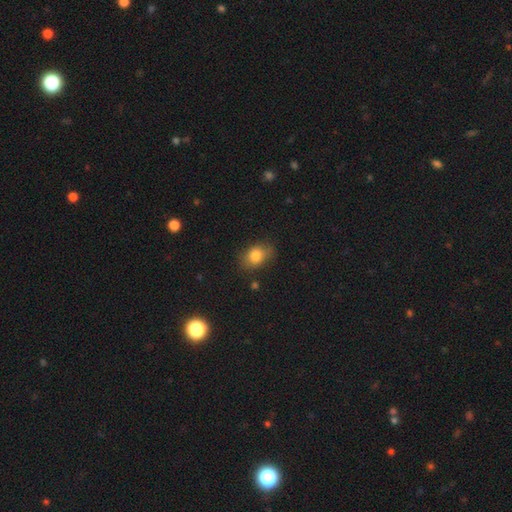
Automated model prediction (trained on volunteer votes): smooth 81%, star or artifact 10%, featured or disk 10%. Down the decision tree: how rounded — in between (69%); merging — none (75%).